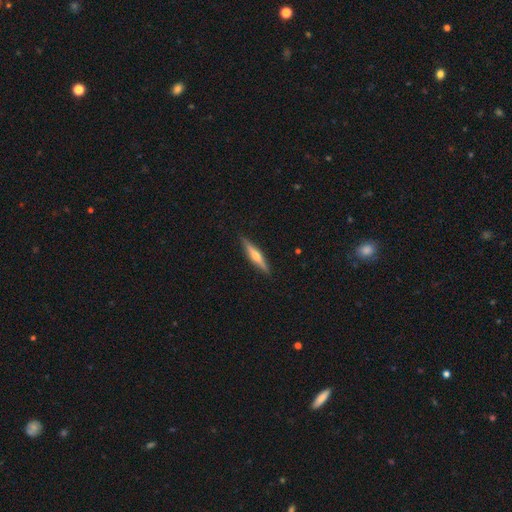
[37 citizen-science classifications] Q: Smooth or featured?
A: featured or disk (81%); runner-up: smooth (16%)
Q: Edge-on disk?
A: yes (100%)
Q: Edge-on bulge?
A: rounded (77%); runner-up: none (17%)
Q: Merging?
A: none (94%); runner-up: minor disturbance (6%)